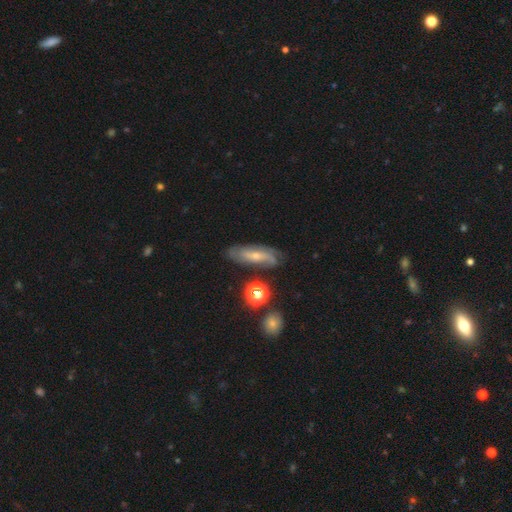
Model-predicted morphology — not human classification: Overall: featured or disk (64%; smooth 26%). Edge-on disk: no (75%). Merging: none (74%).